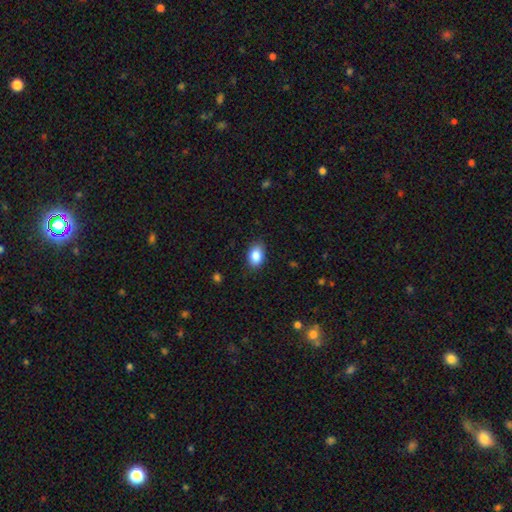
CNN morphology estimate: A smooth galaxy with no disk features (87%) that is in between round and cigar-shaped (87%). Merging: none (85%).